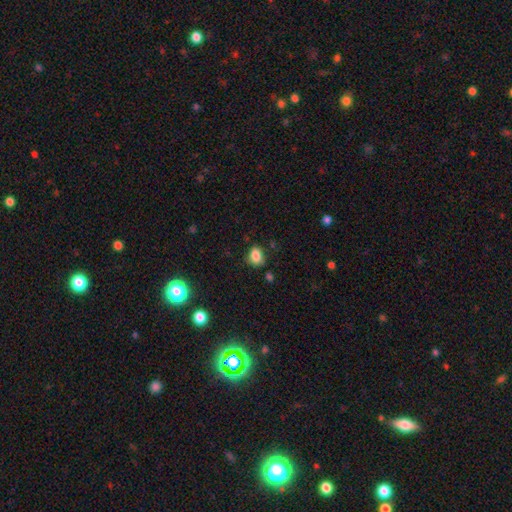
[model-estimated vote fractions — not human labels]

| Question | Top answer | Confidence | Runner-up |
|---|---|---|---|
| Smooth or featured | smooth | 84% | star or artifact (10%) |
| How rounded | in between | 68% | round (30%) |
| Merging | none | 70% | minor disturbance (22%) |